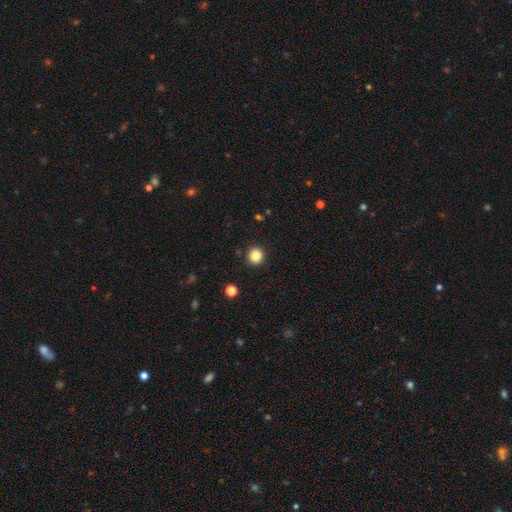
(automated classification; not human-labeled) smooth_or_featured: smooth (p=0.86) [alt: star or artifact p=0.10]
how_rounded: round (p=0.91) [alt: in between p=0.08]
merging: none (p=0.92) [alt: minor disturbance p=0.05]